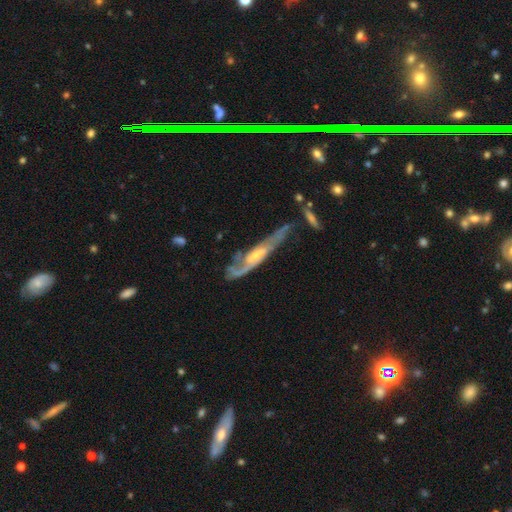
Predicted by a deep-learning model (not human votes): The model was most divided on "merging": none: 40%, minor disturbance: 25%, major disturbance: 25%, merger: 10%. More confident: spiral arms — yes (86%); smooth or featured — featured or disk (78%); edge-on disk — no (66%); bar — no (55%); bulge size — small (52%).